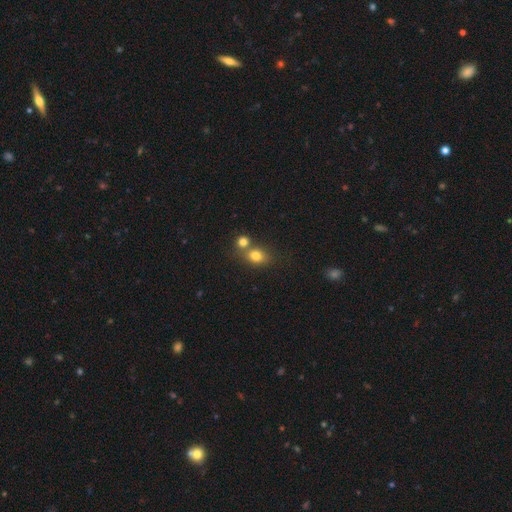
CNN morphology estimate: This is likely a smooth galaxy (78%). How rounded: possibly round (58%). Merging: possibly none (47%).